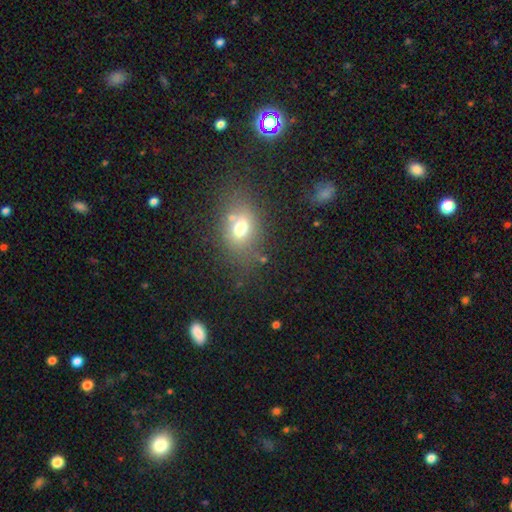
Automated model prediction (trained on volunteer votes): smooth_or_featured: smooth (p=0.63) [alt: star or artifact p=0.20]
how_rounded: in between (p=0.64) [alt: round p=0.33]
merging: none (p=0.67) [alt: minor disturbance p=0.14]